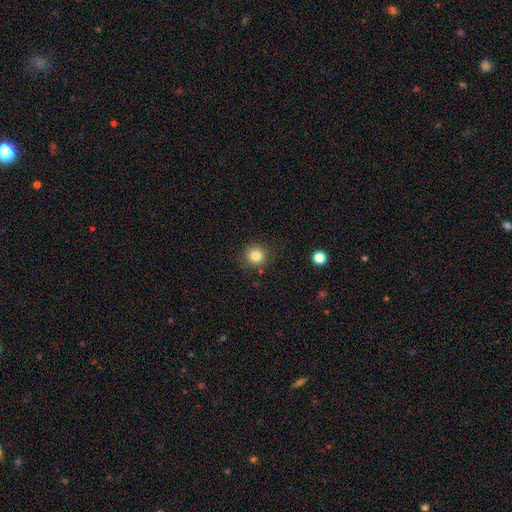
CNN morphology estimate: Smooth or featured? smooth (82%)
How rounded? round (91%)
Merging? none (87%)